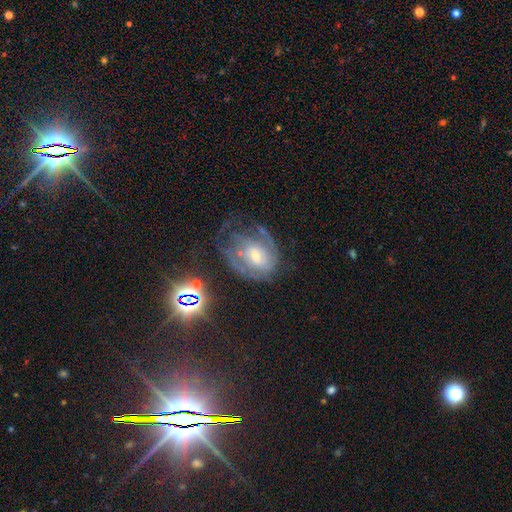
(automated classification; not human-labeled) smooth_or_featured: featured or disk (p=0.72) [alt: smooth p=0.15]
disk_edge_on: no (p=0.97) [alt: yes p=0.03]
bar: no (p=0.49) [alt: weak p=0.41]
has_spiral_arms: yes (p=0.83) [alt: no p=0.17]
spiral_winding: tight (p=0.49) [alt: medium p=0.37]
spiral_arm_count: can't tell (p=0.44) [alt: 2 p=0.29]
bulge_size: moderate (p=0.45) [alt: small p=0.44]
merging: none (p=0.43) [alt: major disturbance p=0.28]